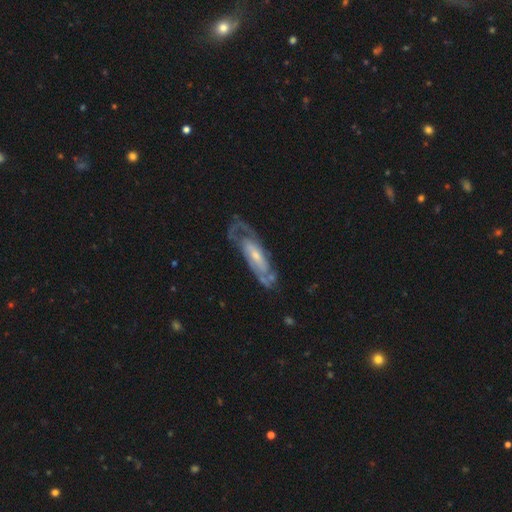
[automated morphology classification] A featured or disk galaxy (83%) with no bar (46%), 2 (56%) tight (49%) spiral arms (91%) and a small central bulge (61%).

Vote fractions:
- Smooth or featured? featured or disk: 83% / smooth: 12% / star or artifact: 5%
- Edge-on disk? no: 85% / yes: 15%
- Bar? no: 46% / weak: 37% / strong: 17%
- Spiral arms? yes: 91% / no: 9%
- Spiral winding? tight: 49% / medium: 39% / loose: 12%
- Spiral arm count? 2: 56% / can't tell: 28% / 3: 6% / 1: 6% / 4: 2% / more than 4: 2%
- Bulge size? small: 61% / moderate: 32% / none: 3% / large: 3% / dominant: 1%
- Merging? none: 65% / minor disturbance: 19% / major disturbance: 13% / merger: 2%